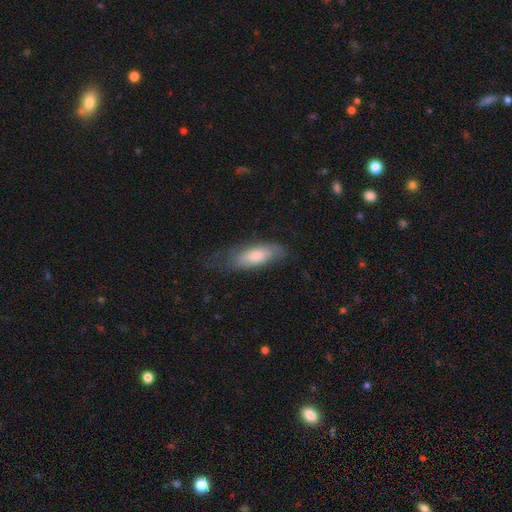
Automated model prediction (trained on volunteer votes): smooth_or_featured: smooth (p=0.62) [alt: featured or disk p=0.32]
how_rounded: in between (p=0.68) [alt: cigar-shaped p=0.30]
merging: none (p=0.53) [alt: minor disturbance p=0.29]